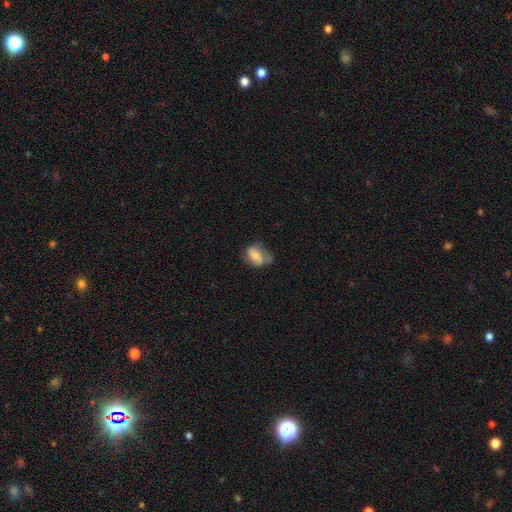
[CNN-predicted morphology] Overall: smooth (60%; featured or disk 31%). How rounded: in between (83%). Merging: none (39%; minor disturbance 33%).